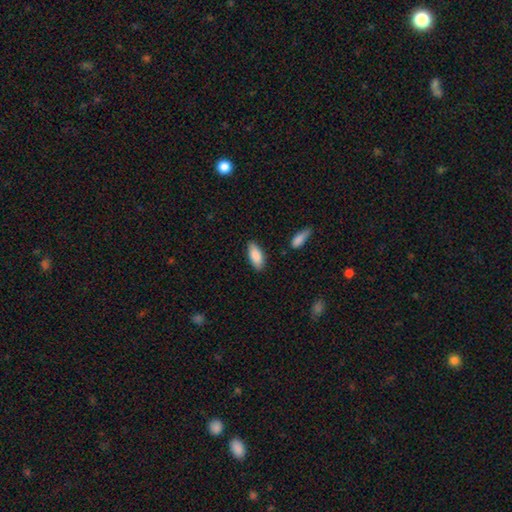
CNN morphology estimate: Overall: smooth (87%). How rounded: in between (84%). Merging: none (83%).